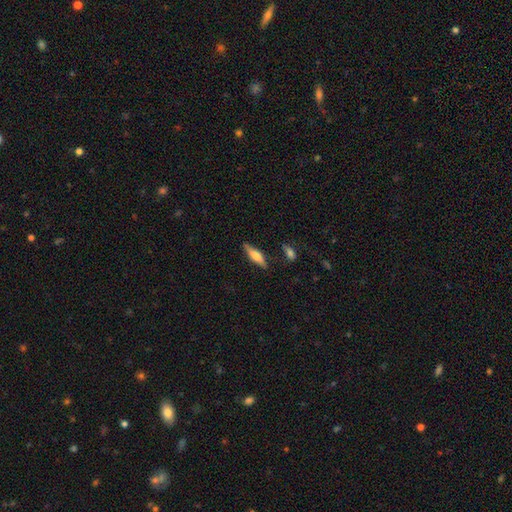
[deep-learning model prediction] Smooth or featured? Predicted: smooth (p=0.47). Merging? Predicted: none (p=0.80).